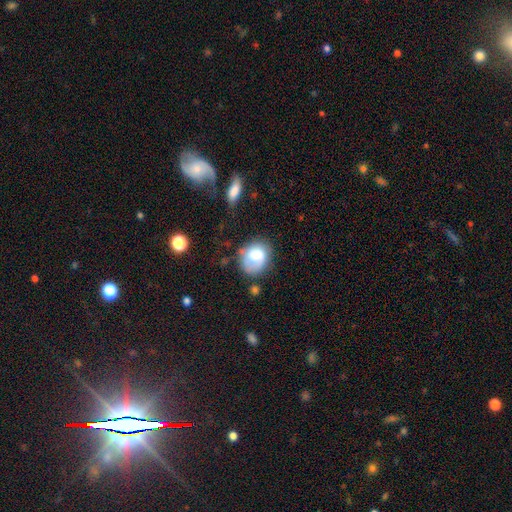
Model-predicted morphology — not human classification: This is likely a smooth galaxy (74%). How rounded: possibly round (60%). Merging: possibly none (51%).